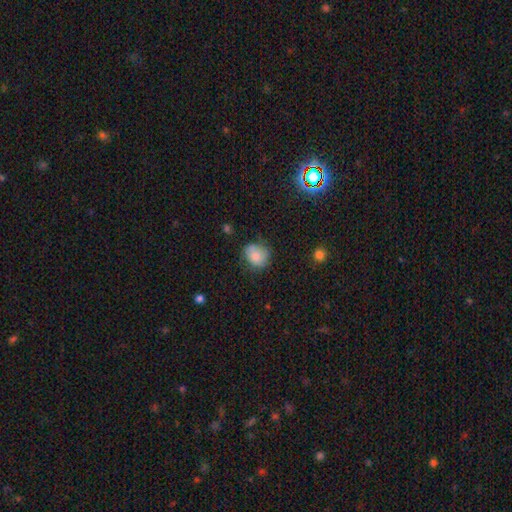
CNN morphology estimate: Q: Smooth or featured?
A: smooth (81%); runner-up: featured or disk (10%)
Q: How rounded?
A: round (68%); runner-up: in between (31%)
Q: Merging?
A: none (67%); runner-up: minor disturbance (25%)